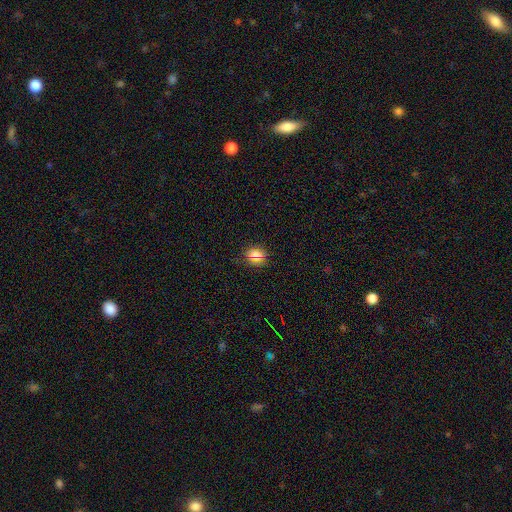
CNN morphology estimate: This is likely a smooth galaxy (70%). How rounded: likely round (73%). Merging: clearly none (84%).